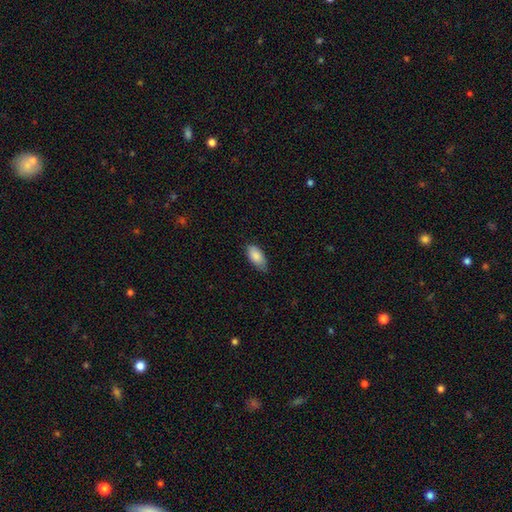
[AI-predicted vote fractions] A smooth galaxy with no disk features (87%) that is in between round and cigar-shaped (92%). Merging: none (68%).